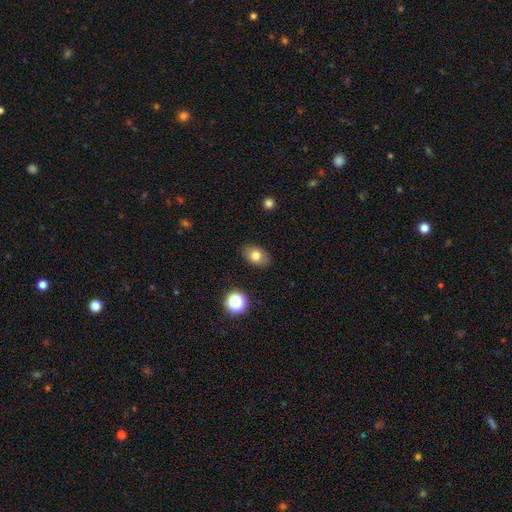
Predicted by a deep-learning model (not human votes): smooth 76%, featured or disk 13%, star or artifact 11%. Down the decision tree: how rounded — in between (82%); merging — none (87%).